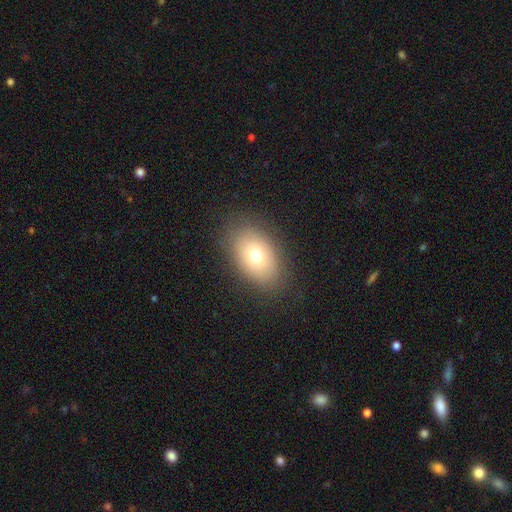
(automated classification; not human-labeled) Q: Smooth or featured?
A: smooth (72%); runner-up: featured or disk (18%)
Q: How rounded?
A: in between (86%); runner-up: round (13%)
Q: Merging?
A: none (85%); runner-up: minor disturbance (10%)